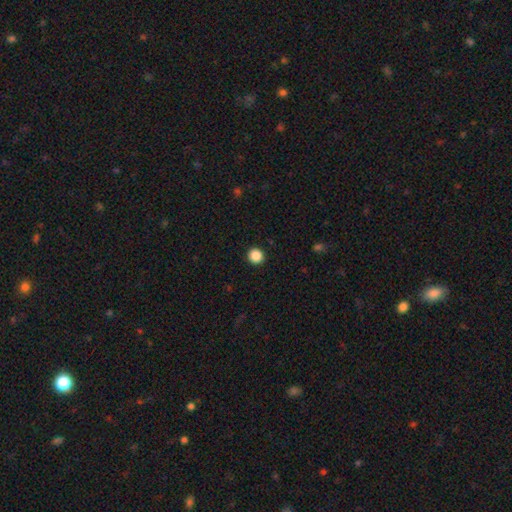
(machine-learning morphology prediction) Q: Smooth or featured?
A: smooth (88%); runner-up: star or artifact (10%)
Q: How rounded?
A: round (94%); runner-up: in between (5%)
Q: Merging?
A: none (94%); runner-up: minor disturbance (4%)